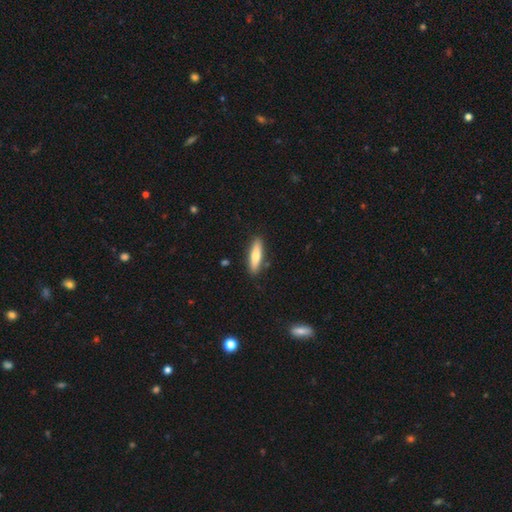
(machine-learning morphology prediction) Q: Smooth or featured?
A: smooth (72%); runner-up: featured or disk (23%)
Q: How rounded?
A: cigar-shaped (68%); runner-up: in between (30%)
Q: Merging?
A: none (87%); runner-up: minor disturbance (9%)